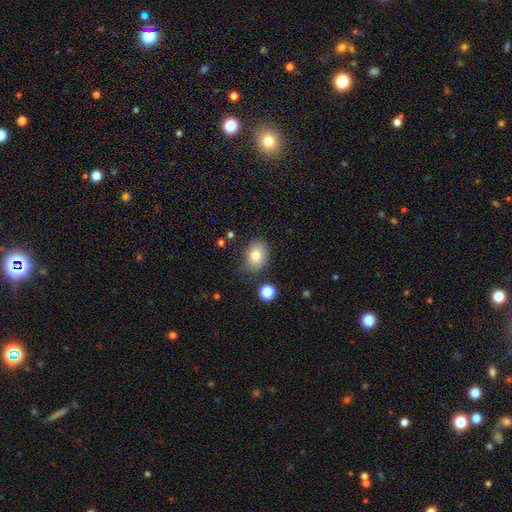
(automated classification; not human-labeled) The model was most divided on "how rounded": in between: 67%, round: 32%, cigar-shaped: 1%. More confident: smooth or featured — smooth (80%); merging — none (72%).